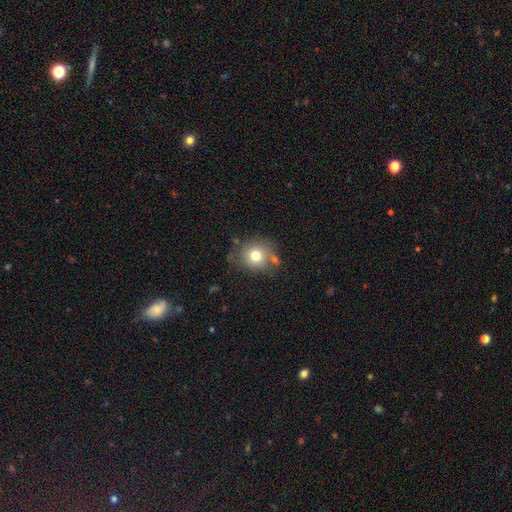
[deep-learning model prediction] Q: Smooth or featured?
A: smooth (74%); runner-up: featured or disk (14%)
Q: How rounded?
A: round (80%); runner-up: in between (19%)
Q: Merging?
A: none (64%); runner-up: minor disturbance (19%)